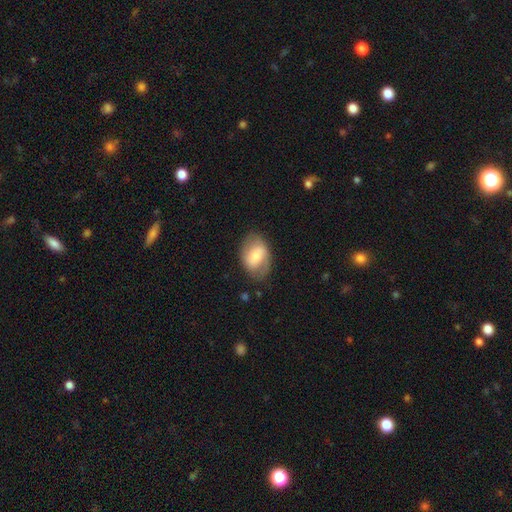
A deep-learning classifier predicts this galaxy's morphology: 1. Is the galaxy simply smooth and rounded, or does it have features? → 52% smooth, 41% featured or disk, 7% star or artifact.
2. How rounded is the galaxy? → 82% in between, 17% round, 1% cigar-shaped.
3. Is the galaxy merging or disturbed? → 71% none, 20% minor disturbance, 7% major disturbance, 1% merger.